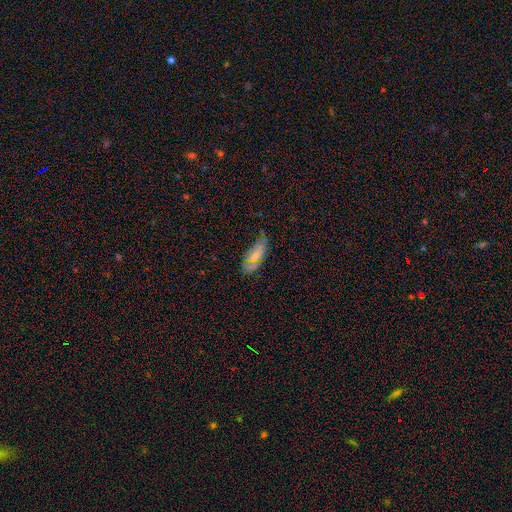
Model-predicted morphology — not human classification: A smooth galaxy with no disk features (62%) that is in between round and cigar-shaped (64%). Merging: none (67%).